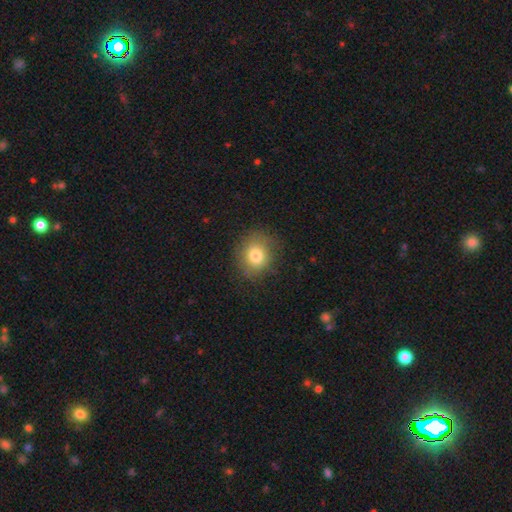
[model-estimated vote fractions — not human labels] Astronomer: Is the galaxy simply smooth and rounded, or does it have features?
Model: smooth — 79%.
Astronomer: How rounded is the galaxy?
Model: round — 73%.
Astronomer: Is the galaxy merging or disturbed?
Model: none — 82%.